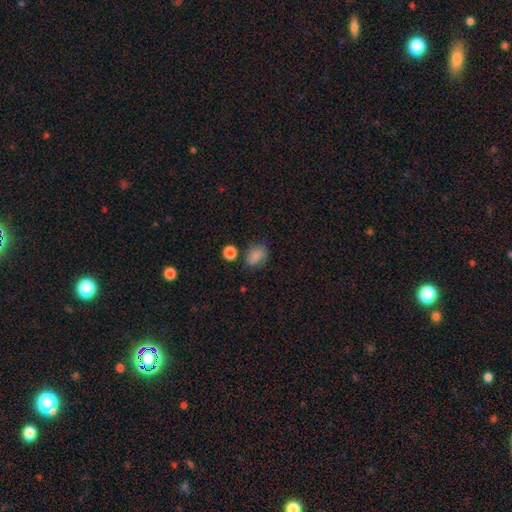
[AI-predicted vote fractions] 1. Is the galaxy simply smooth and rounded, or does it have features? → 82% smooth, 11% star or artifact, 7% featured or disk.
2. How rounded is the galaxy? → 66% in between, 33% round, 1% cigar-shaped.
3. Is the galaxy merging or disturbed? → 64% none, 23% minor disturbance, 7% major disturbance, 6% merger.